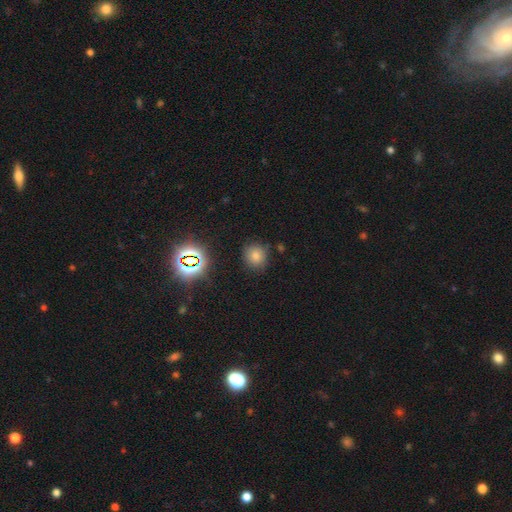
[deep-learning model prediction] The model was most divided on "smooth or featured": smooth: 72%, star or artifact: 20%, featured or disk: 8%. More confident: how rounded — round (87%); merging — none (84%).